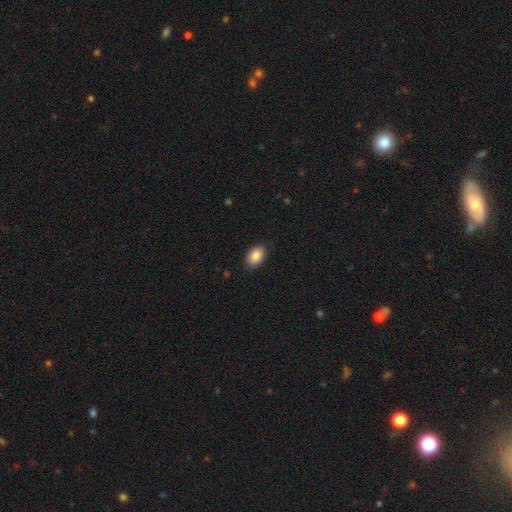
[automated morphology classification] smooth 88%, star or artifact 7%, featured or disk 5%. Down the decision tree: how rounded — in between (89%); merging — none (87%).